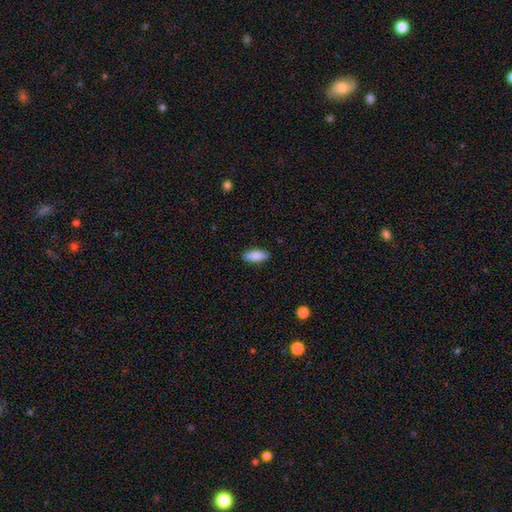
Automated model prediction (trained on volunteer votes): smooth_or_featured: smooth (p=0.85) [alt: featured or disk p=0.10]
how_rounded: in between (p=0.74) [alt: cigar-shaped p=0.23]
merging: none (p=0.89) [alt: minor disturbance p=0.08]